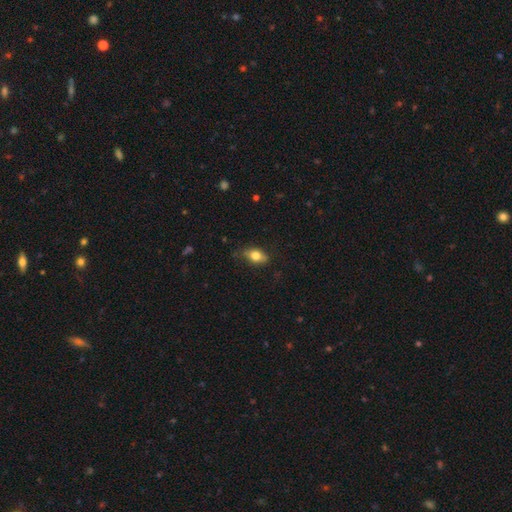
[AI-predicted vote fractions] The model was most divided on "merging": none: 71%, minor disturbance: 22%, major disturbance: 5%, merger: 1%. More confident: how rounded — in between (80%); smooth or featured — smooth (72%).